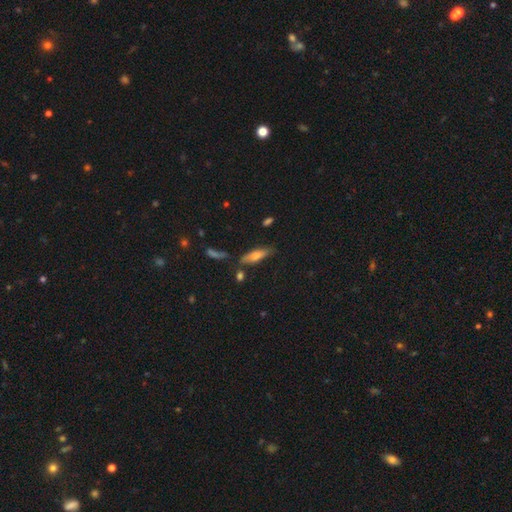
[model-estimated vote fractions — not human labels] Smooth or featured? smooth (69%)
How rounded? cigar-shaped (54%)
Merging? none (70%)